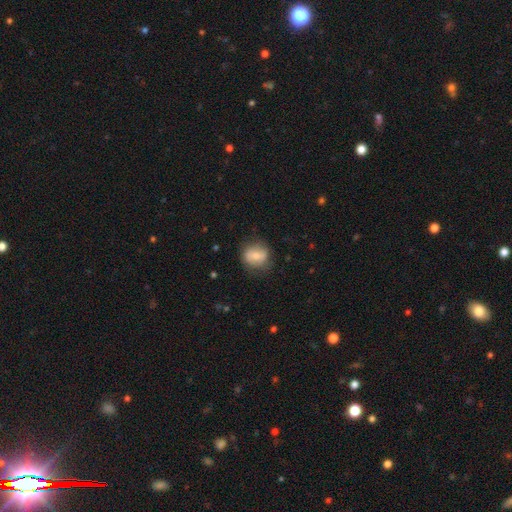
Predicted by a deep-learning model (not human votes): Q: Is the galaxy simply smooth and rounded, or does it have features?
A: smooth — 66%.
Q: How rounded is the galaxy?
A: round — 71%.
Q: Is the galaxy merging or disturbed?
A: none — 74%.